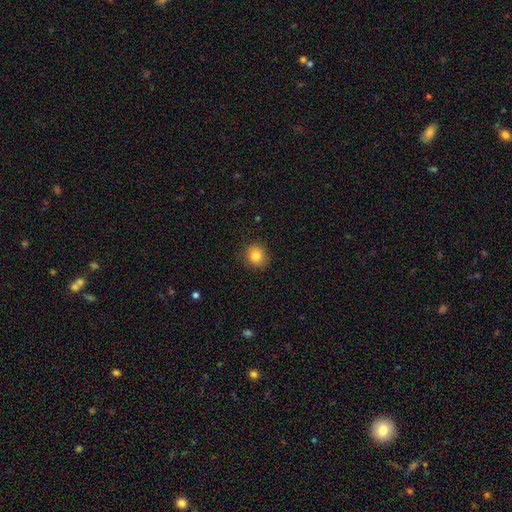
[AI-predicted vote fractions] Morphology: type=smooth (83%); roundness=round (82%); merging=none (89%).